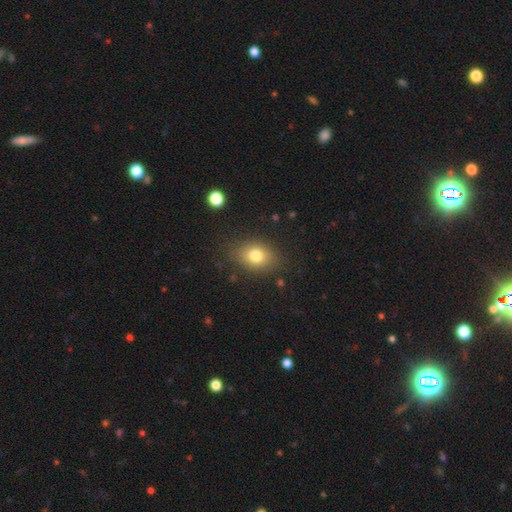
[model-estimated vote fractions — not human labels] This is likely a smooth galaxy (77%). How rounded: likely in between (68%). Merging: clearly none (81%).